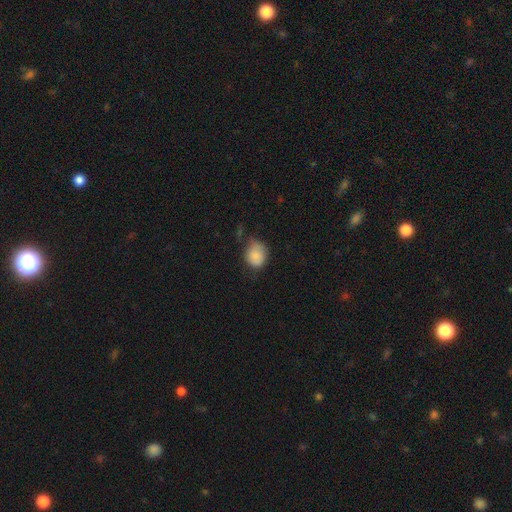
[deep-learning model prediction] This appears to be a smooth galaxy with no disk features (84%) that is round (61%). Merging: none (52%).